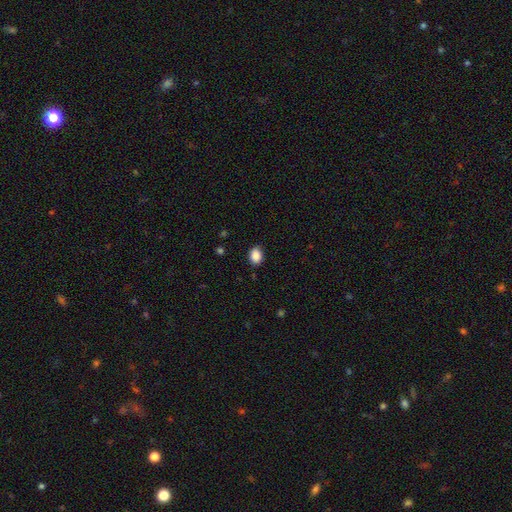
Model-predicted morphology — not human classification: Overall: smooth (89%). How rounded: in between (64%; round 35%). Merging: none (86%).